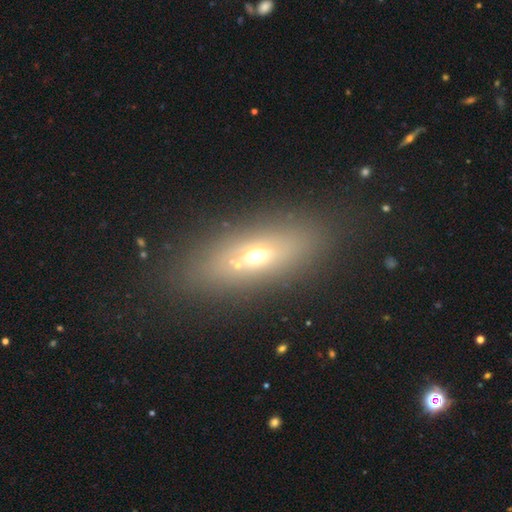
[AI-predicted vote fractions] smooth-or-featured: smooth: 50% | featured or disk: 33% | star or artifact: 18%
  merging: none: 73% | merger: 11% | minor disturbance: 11% | major disturbance: 6%